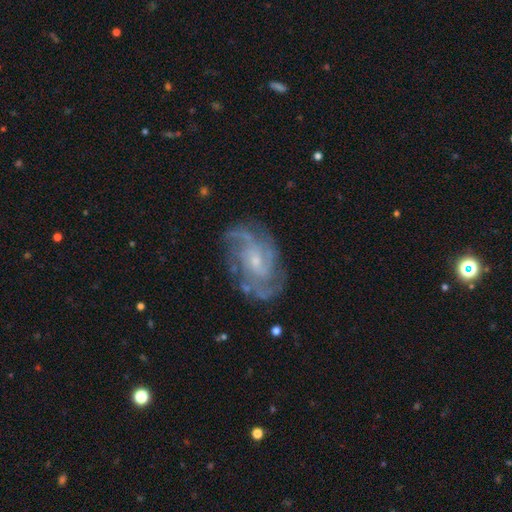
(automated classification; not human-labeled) Smooth or featured: featured or disk — 81% (star or artifact — 10%)
Edge-on disk: no — 96% (yes — 4%)
Bar: no — 53% (weak — 37%)
Spiral arms: yes — 96% (no — 4%)
Spiral winding: tight — 50% (medium — 40%)
Spiral arm count: 3 — 25% (can't tell — 24%)
Bulge size: small — 64% (moderate — 27%)
Merging: none — 78% (minor disturbance — 14%)